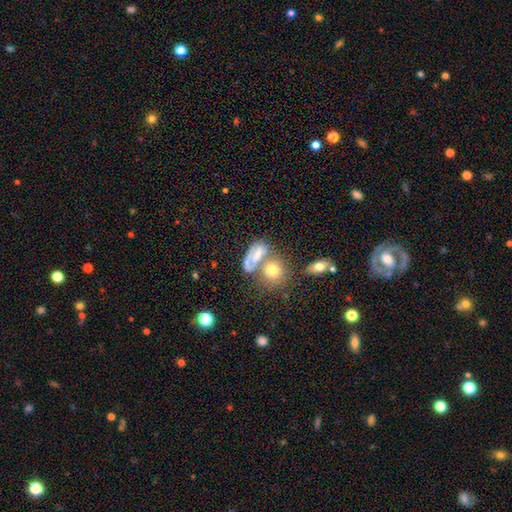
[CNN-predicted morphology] Smooth or featured?
  - smooth: 53% *
  - featured or disk: 32%
  - star or artifact: 15%
How rounded?
  - in between: 66% *
  - round: 28%
  - cigar-shaped: 7%
Merging?
  - merger: 38% *
  - none: 33%
  - minor disturbance: 16%
  - major disturbance: 14%